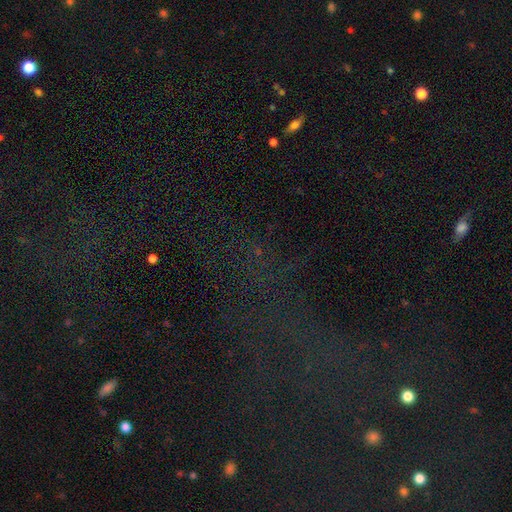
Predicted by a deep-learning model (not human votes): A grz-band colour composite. It shows a star or artifact, not a galaxy (77%).